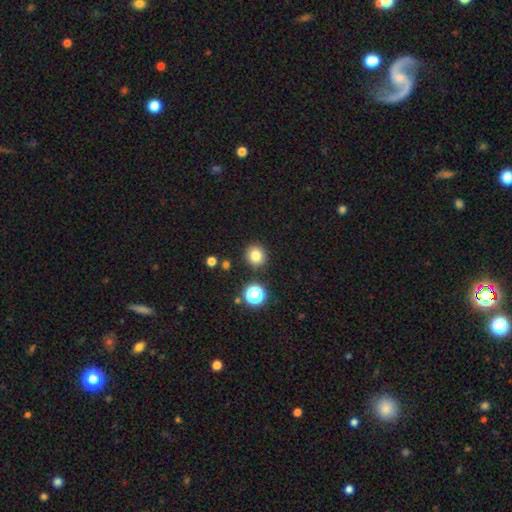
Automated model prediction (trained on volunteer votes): This is clearly a smooth galaxy (80%). How rounded: clearly round (90%). Merging: clearly none (88%).